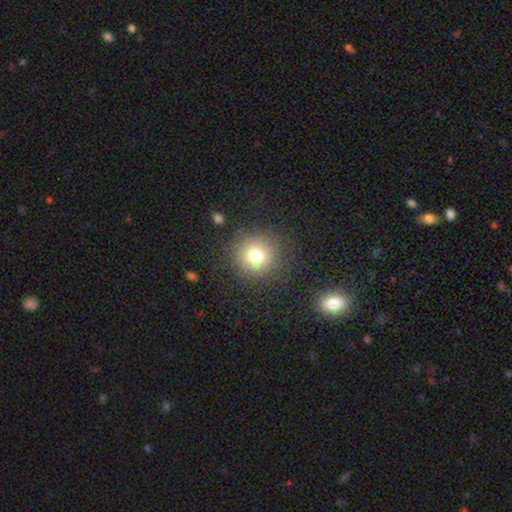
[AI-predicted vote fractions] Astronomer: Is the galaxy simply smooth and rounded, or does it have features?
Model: smooth — 74%.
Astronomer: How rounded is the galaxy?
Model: round — 93%.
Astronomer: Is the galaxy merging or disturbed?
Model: none — 87%.